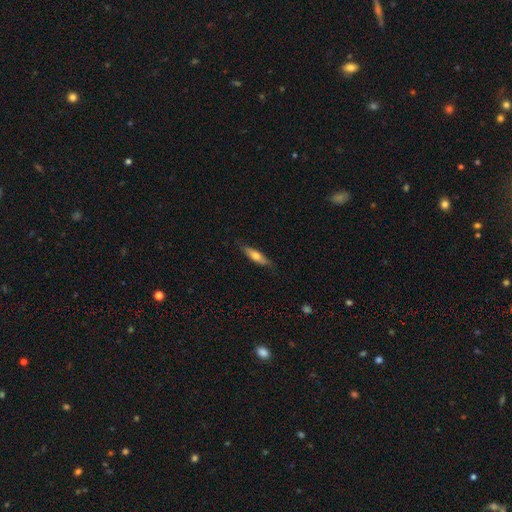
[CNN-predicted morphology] Smooth or featured: smooth — 60% (featured or disk — 34%)
How rounded: cigar-shaped — 66% (in between — 32%)
Merging: none — 82% (minor disturbance — 15%)